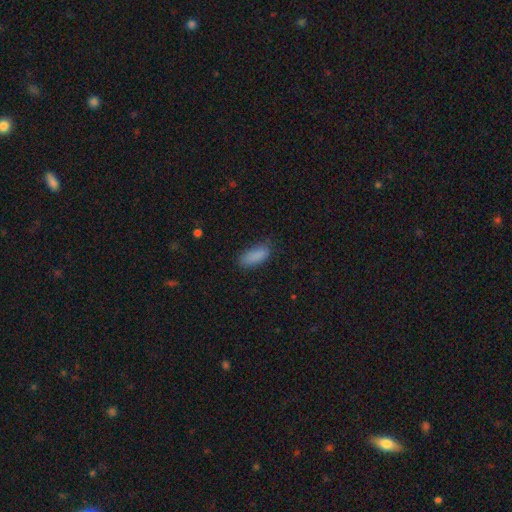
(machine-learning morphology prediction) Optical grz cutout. It shows a smooth galaxy with no disk features (88%) that is in between round and cigar-shaped (81%). Merging: none (74%).